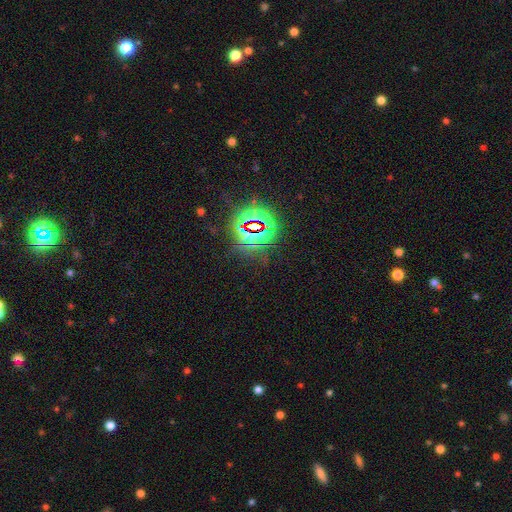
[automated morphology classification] Q: Smooth or featured?
A: star or artifact (83%); runner-up: smooth (10%)